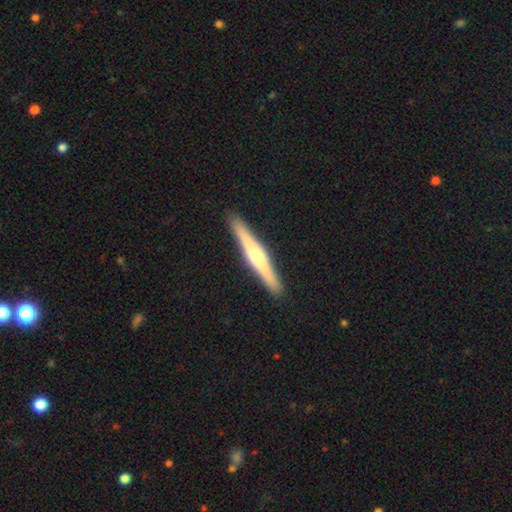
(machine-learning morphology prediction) This appears to be a featured or disk galaxy (64%) viewed edge-on (97%) with a rounded central bulge (82%). Merging: none (92%).